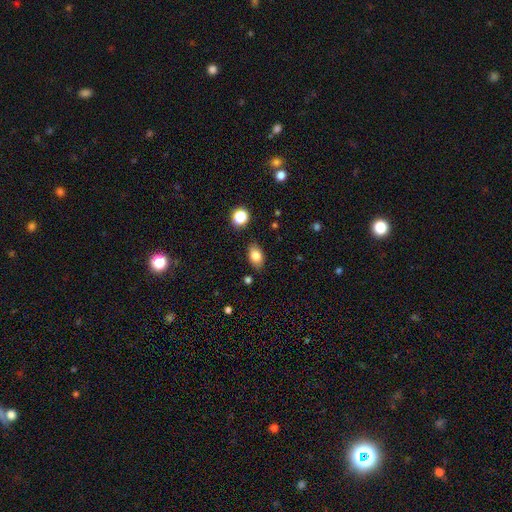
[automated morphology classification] A smooth galaxy with no disk features (82%) that is in between round and cigar-shaped (86%).

Vote fractions:
- Smooth or featured? smooth: 82% / star or artifact: 9% / featured or disk: 9%
- How rounded? in between: 86% / round: 11% / cigar-shaped: 2%
- Merging? none: 82% / minor disturbance: 13% / major disturbance: 3% / merger: 2%